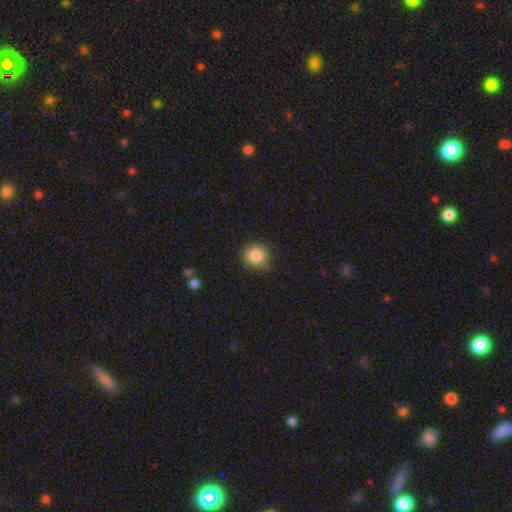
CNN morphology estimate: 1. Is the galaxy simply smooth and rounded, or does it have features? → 83% smooth, 10% star or artifact, 7% featured or disk.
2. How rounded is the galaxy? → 87% round, 12% in between, 1% cigar-shaped.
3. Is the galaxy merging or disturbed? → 75% none, 20% minor disturbance, 4% major disturbance, 2% merger.